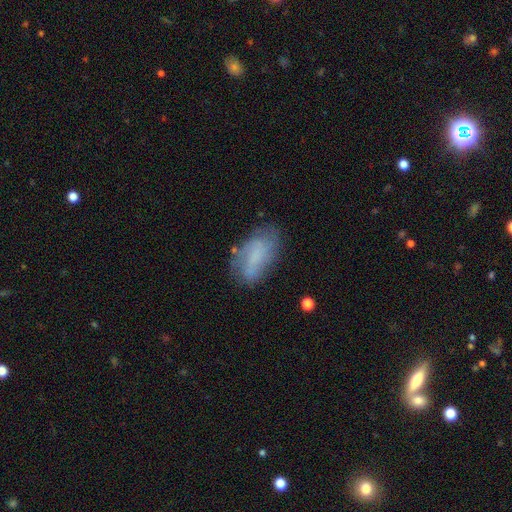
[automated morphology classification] type=smooth (57%); roundness=in between (89%); merging=none (60%).